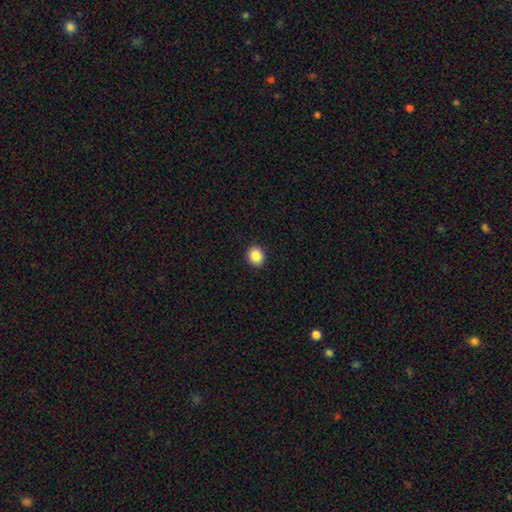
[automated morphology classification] This is clearly a smooth galaxy (85%). How rounded: clearly round (81%). Merging: clearly none (92%).